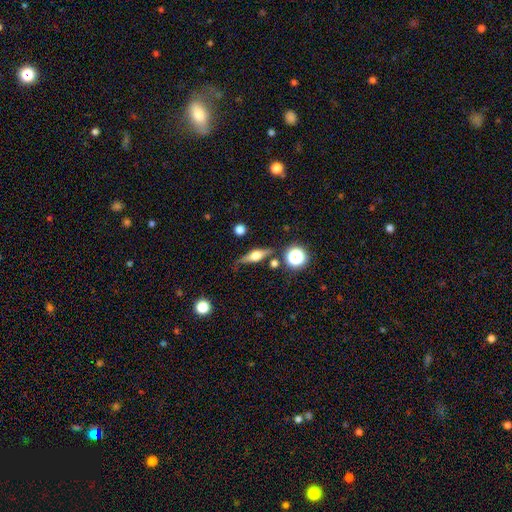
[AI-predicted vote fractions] featured or disk 64%, smooth 27%, star or artifact 9%. Down the decision tree: edge-on disk — yes (94%); edge-on bulge — rounded (93%); merging — none (80%).